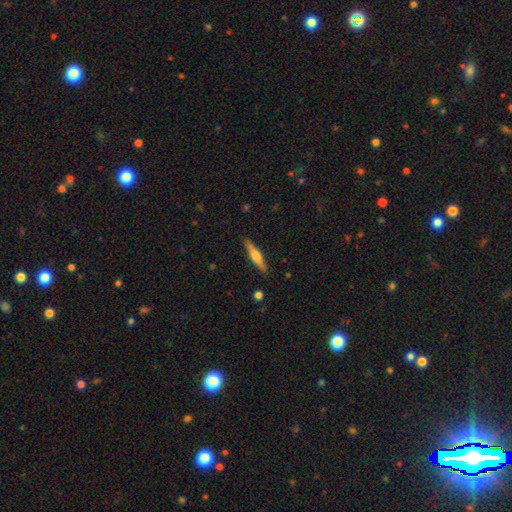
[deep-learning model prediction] Q: Smooth or featured?
A: featured or disk (54%); runner-up: smooth (40%)
Q: Edge-on disk?
A: yes (97%); runner-up: no (3%)
Q: Edge-on bulge?
A: rounded (83%); runner-up: boxy (10%)
Q: Merging?
A: none (90%); runner-up: minor disturbance (7%)